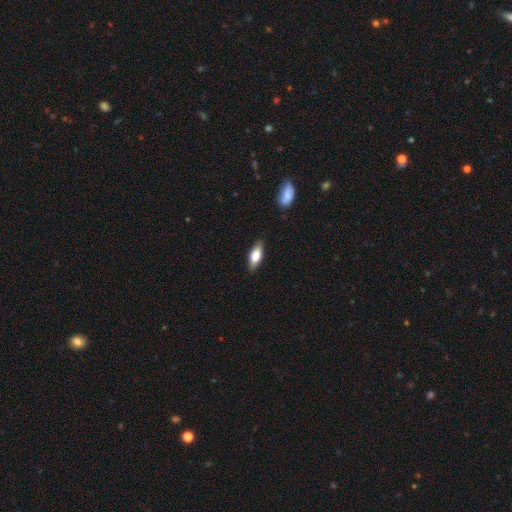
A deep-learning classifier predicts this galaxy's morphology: A smooth galaxy with no disk features (72%) that is in between round and cigar-shaped (72%).

Vote fractions:
- Smooth or featured? smooth: 72% / featured or disk: 22% / star or artifact: 6%
- How rounded? in between: 72% / cigar-shaped: 26% / round: 3%
- Merging? none: 86% / minor disturbance: 10% / major disturbance: 2% / merger: 1%